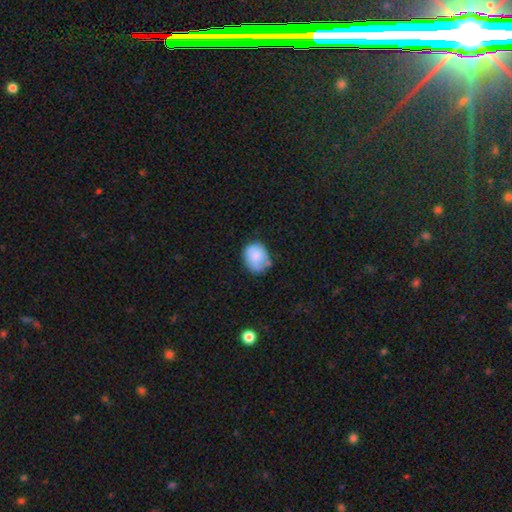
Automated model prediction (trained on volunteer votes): Morphology: type=smooth (75%); roundness=round (54%); merging=none (56%).